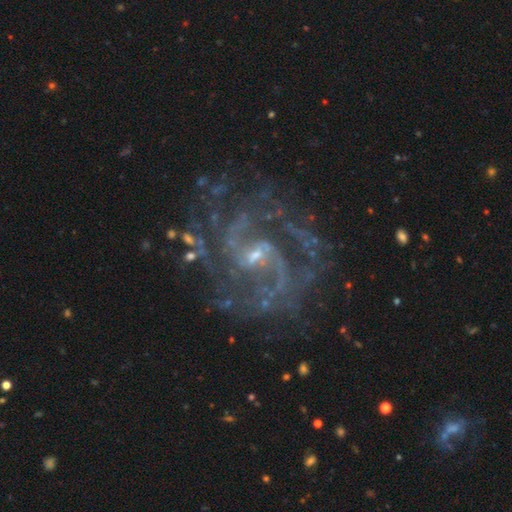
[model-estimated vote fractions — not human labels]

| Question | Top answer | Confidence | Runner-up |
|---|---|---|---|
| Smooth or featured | featured or disk | 90% | star or artifact (7%) |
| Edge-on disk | no | 98% | yes (2%) |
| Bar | weak | 53% | no (27%) |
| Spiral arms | yes | 98% | no (2%) |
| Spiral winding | medium | 55% | tight (30%) |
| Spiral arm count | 2 | 65% | can't tell (10%) |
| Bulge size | small | 73% | moderate (20%) |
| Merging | none | 74% | minor disturbance (14%) |